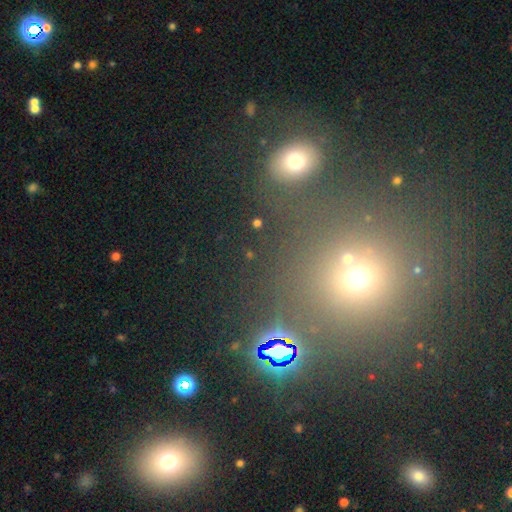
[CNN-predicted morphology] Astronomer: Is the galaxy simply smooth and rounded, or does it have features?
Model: star or artifact — 50% (runner-up: smooth, 39%).